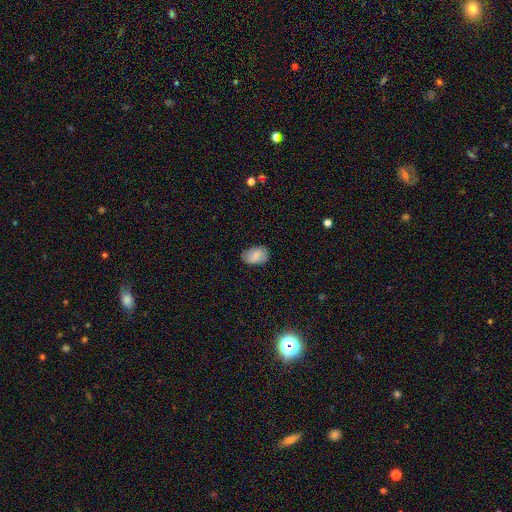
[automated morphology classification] A smooth galaxy with no disk features (81%) that is in between round and cigar-shaped (87%). Merging: none (79%).